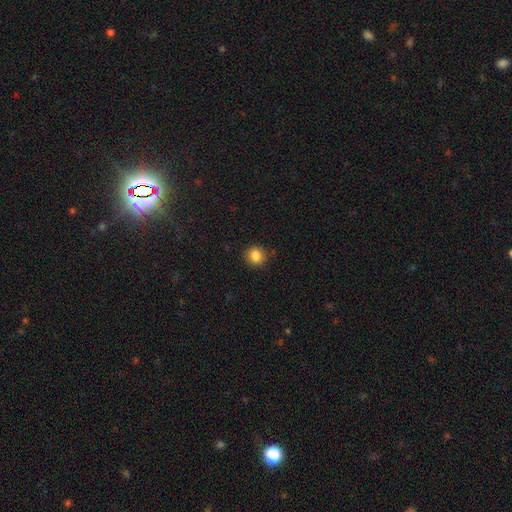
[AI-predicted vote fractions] Smooth or featured?
  - smooth: 85% *
  - star or artifact: 10%
  - featured or disk: 5%
How rounded?
  - round: 88% *
  - in between: 11%
  - cigar-shaped: 1%
Merging?
  - none: 89% *
  - minor disturbance: 7%
  - major disturbance: 2%
  - merger: 1%